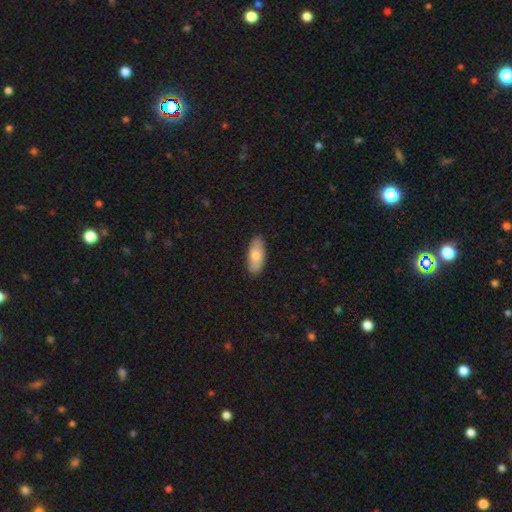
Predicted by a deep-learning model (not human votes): The model was most divided on "smooth or featured": smooth: 78%, featured or disk: 16%, star or artifact: 5%. More confident: merging — none (88%); how rounded — in between (85%).